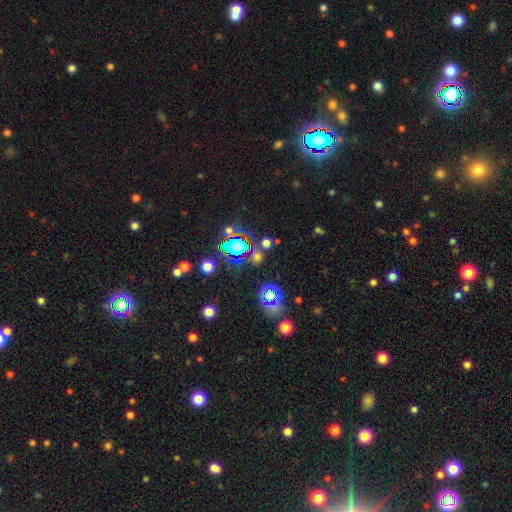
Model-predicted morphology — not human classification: type=star or artifact (71%).